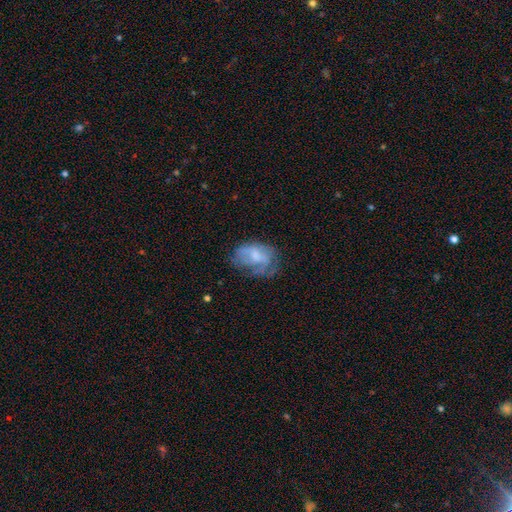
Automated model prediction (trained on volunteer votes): The model was most divided on "smooth or featured": smooth: 47%, featured or disk: 45%, star or artifact: 9%. Remaining: merging — none (42%).